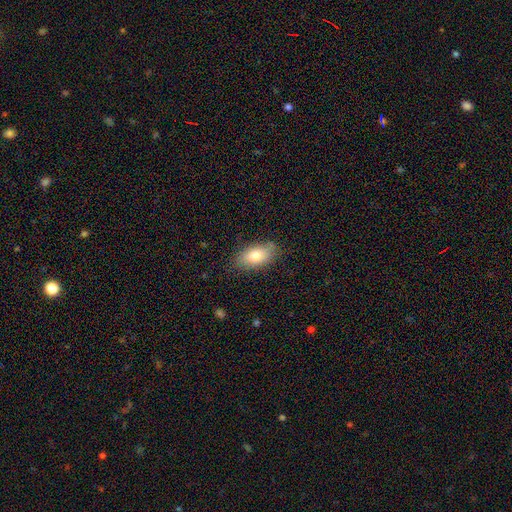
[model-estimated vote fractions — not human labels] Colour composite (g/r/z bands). It shows a smooth galaxy with no disk features (77%) that is in between round and cigar-shaped (91%). Merging: none (81%).